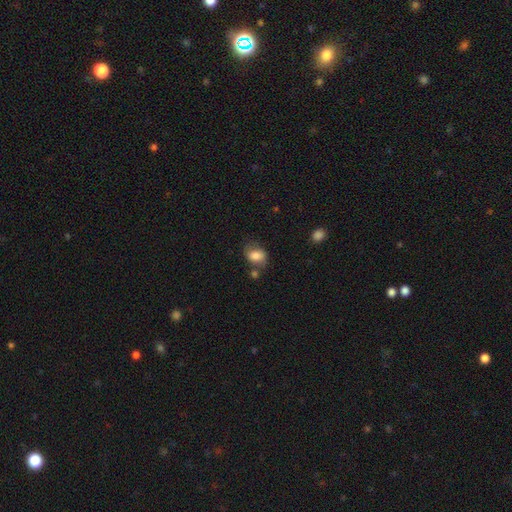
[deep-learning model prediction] Overall: smooth (76%). How rounded: in between (66%; round 33%). Merging: none (55%; minor disturbance 24%).